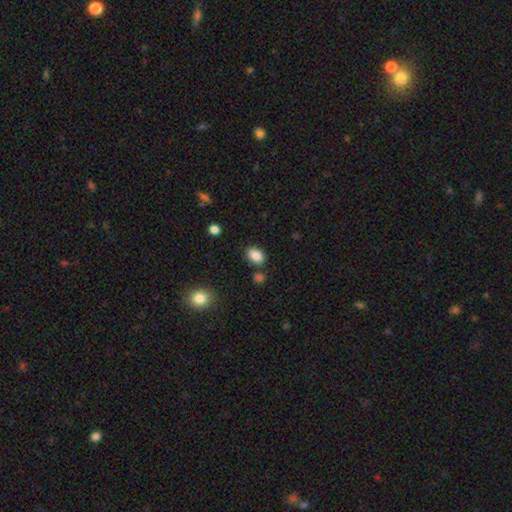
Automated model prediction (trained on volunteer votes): Morphology: type=smooth (86%); roundness=in between (82%); merging=none (79%).